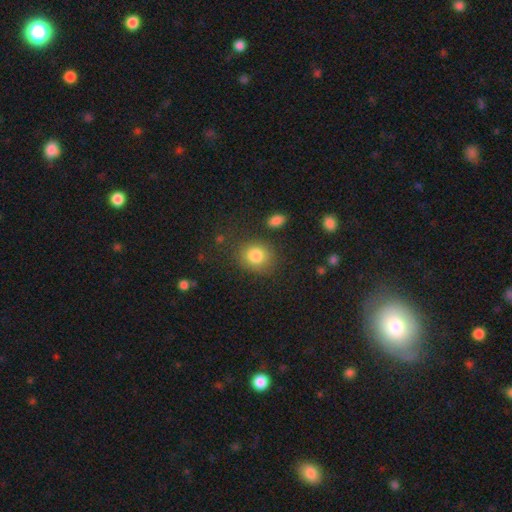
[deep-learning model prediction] A smooth galaxy with no disk features (84%) that is round (70%). Merging: none (79%).